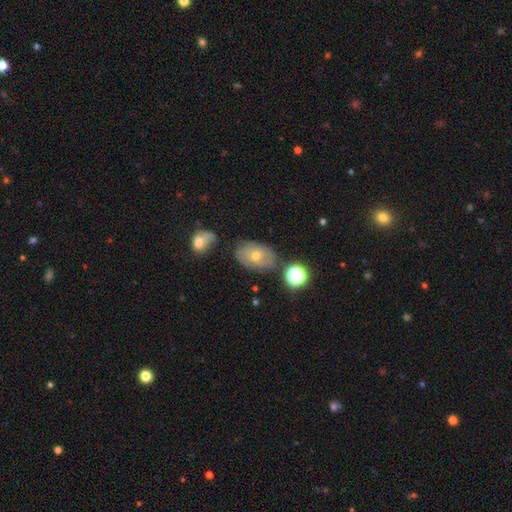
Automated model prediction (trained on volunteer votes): smooth_or_featured: smooth (p=0.45) [alt: featured or disk p=0.42]
merging: none (p=0.62) [alt: minor disturbance p=0.23]